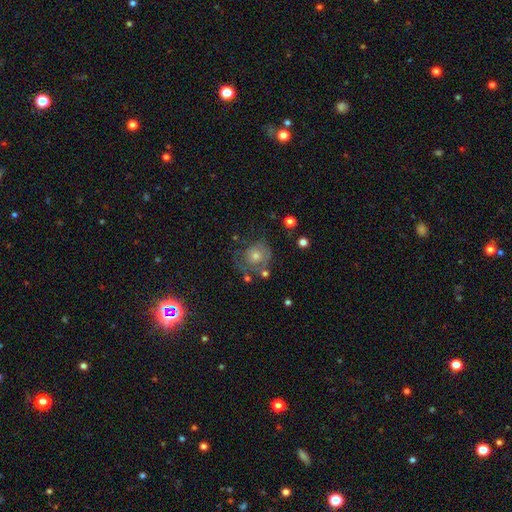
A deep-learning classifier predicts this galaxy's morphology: This is possibly a featured or disk galaxy (45%). Merging: possibly none (55%).